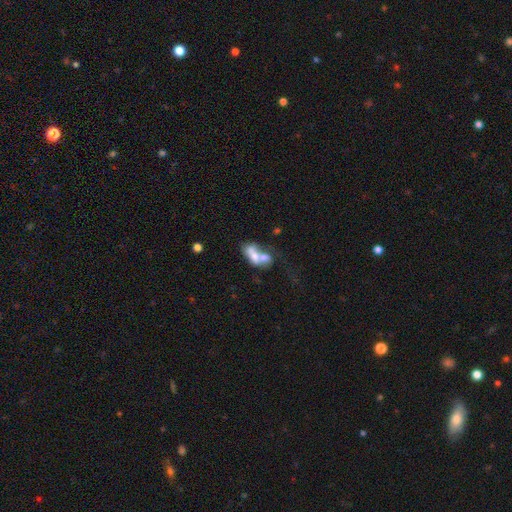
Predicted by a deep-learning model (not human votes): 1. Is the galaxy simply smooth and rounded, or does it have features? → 52% smooth, 38% featured or disk, 10% star or artifact.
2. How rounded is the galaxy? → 78% in between, 13% round, 9% cigar-shaped.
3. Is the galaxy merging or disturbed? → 66% merger, 15% none, 11% major disturbance, 8% minor disturbance.